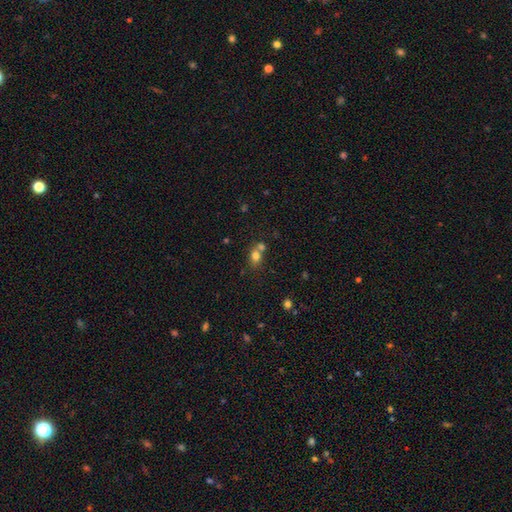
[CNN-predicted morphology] Smooth or featured: smooth — 76% (star or artifact — 13%)
How rounded: in between — 51% (round — 48%)
Merging: none — 45% (merger — 40%)